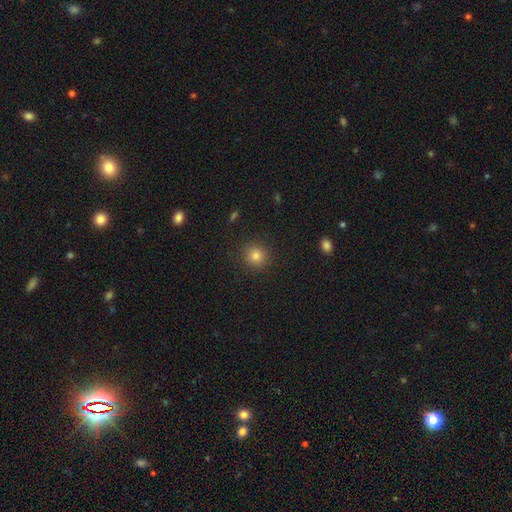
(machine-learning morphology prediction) smooth 81%, star or artifact 13%, featured or disk 6%. Down the decision tree: how rounded — round (92%); merging — none (91%).